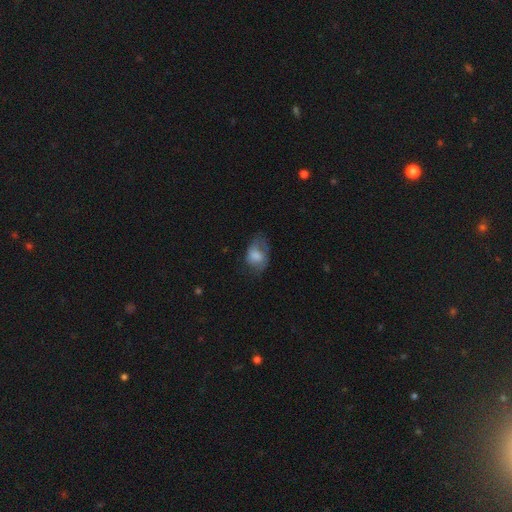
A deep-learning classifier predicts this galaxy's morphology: Smooth or featured? smooth (67%)
How rounded? in between (78%)
Merging? none (40%)